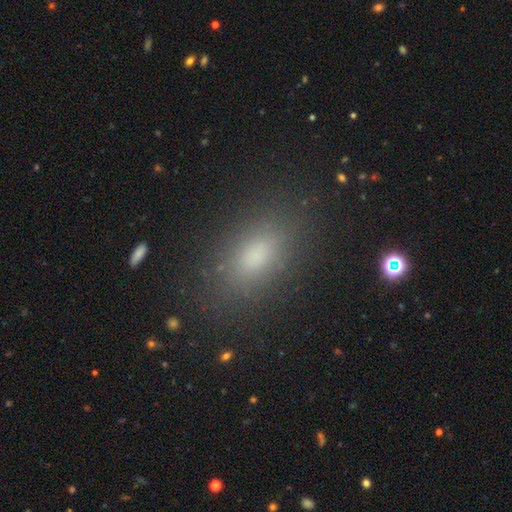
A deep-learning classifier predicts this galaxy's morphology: smooth 79%, star or artifact 13%, featured or disk 8%. Down the decision tree: how rounded — in between (86%); merging — none (84%).